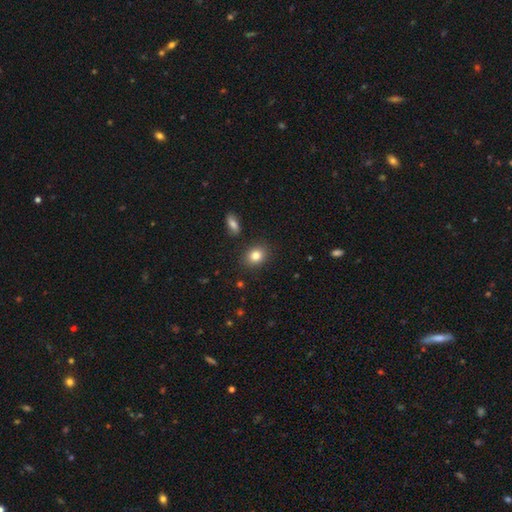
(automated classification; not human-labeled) Overall: smooth (83%). How rounded: round (53%; in between 45%). Merging: none (87%).